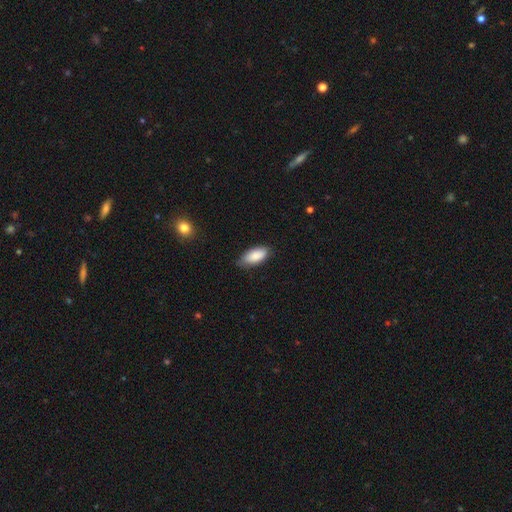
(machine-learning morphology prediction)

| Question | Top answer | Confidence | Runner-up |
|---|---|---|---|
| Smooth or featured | smooth | 87% | featured or disk (7%) |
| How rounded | in between | 89% | cigar-shaped (9%) |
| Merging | none | 75% | minor disturbance (21%) |